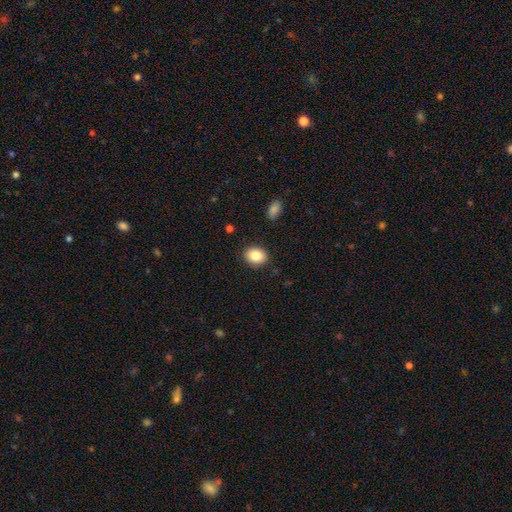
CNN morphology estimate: This appears to be a smooth galaxy with no disk features (85%) that is in between round and cigar-shaped (53%). Merging: none (88%).